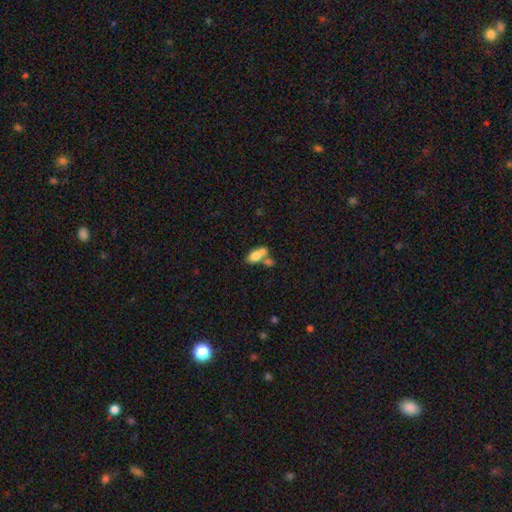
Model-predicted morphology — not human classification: smooth_or_featured: smooth (p=0.74) [alt: featured or disk p=0.18]
how_rounded: in between (p=0.86) [alt: cigar-shaped p=0.07]
merging: merger (p=0.52) [alt: none p=0.32]